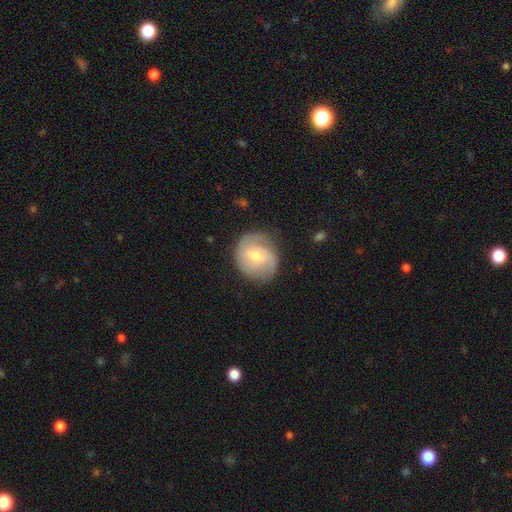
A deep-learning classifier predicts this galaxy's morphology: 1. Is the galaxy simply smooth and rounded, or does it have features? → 63% featured or disk, 30% smooth, 7% star or artifact.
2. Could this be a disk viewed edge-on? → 97% no, 3% yes.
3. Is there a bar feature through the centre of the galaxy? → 46% weak, 44% no, 9% strong.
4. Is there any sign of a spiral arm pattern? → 90% yes, 10% no.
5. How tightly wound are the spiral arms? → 42% medium, 40% tight, 18% loose.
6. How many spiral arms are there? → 57% 2, 19% can't tell, 13% 3, 6% 1, 3% 4, 2% more than 4.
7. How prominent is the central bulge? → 55% moderate, 38% small, 3% large, 2% none, 1% dominant.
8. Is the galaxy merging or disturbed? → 75% none, 18% minor disturbance, 5% major disturbance, 1% merger.